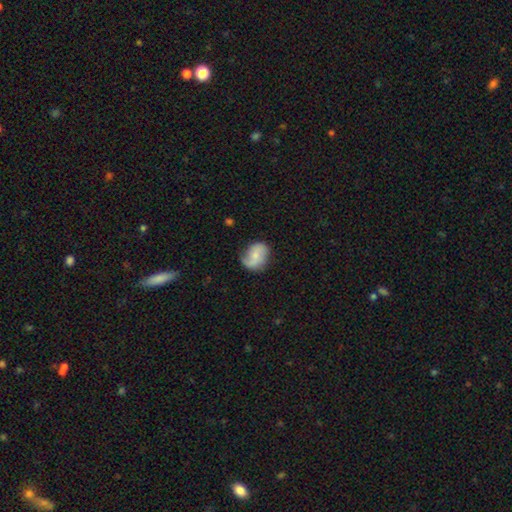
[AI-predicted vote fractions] A featured or disk galaxy (49%). Merging: none (61%).